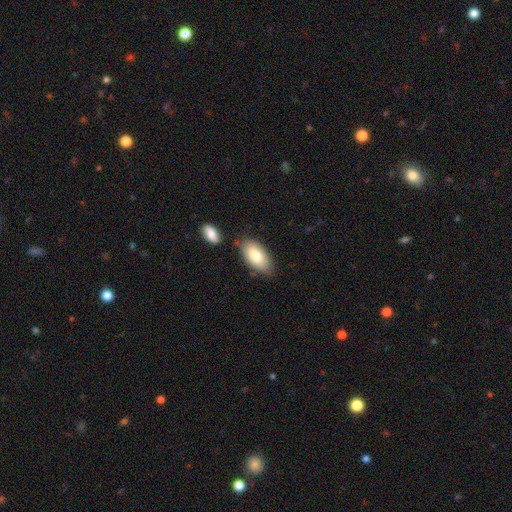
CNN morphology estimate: smooth-or-featured: smooth: 83% | featured or disk: 11% | star or artifact: 6%
  how-rounded: in between: 93% | cigar-shaped: 5% | round: 2%
  merging: none: 71% | minor disturbance: 17% | merger: 9% | major disturbance: 4%